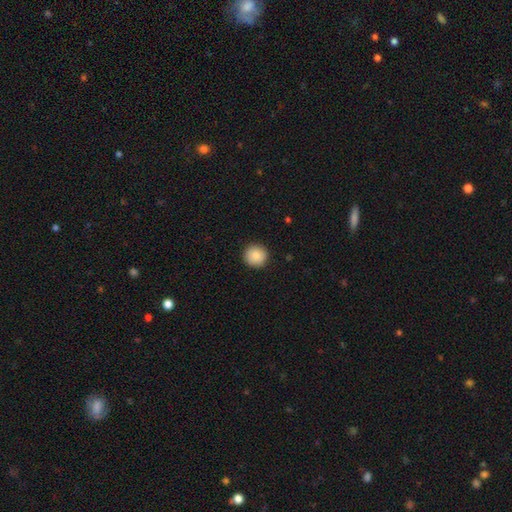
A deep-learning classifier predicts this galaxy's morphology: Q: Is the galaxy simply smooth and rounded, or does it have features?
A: smooth — 87%.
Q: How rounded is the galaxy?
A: round — 95%.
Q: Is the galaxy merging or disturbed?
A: none — 92%.